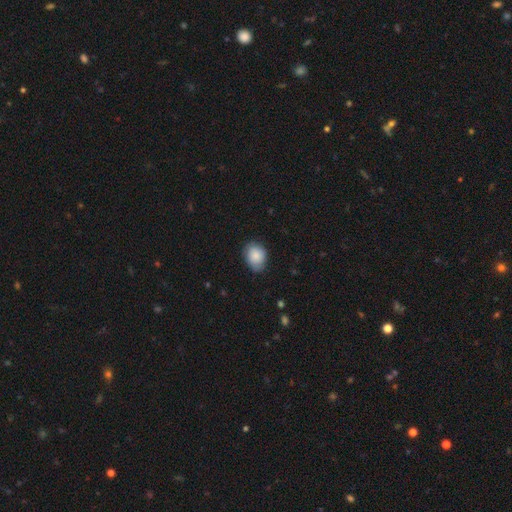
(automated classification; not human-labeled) Smooth or featured? smooth (86%)
How rounded? in between (57%)
Merging? none (72%)